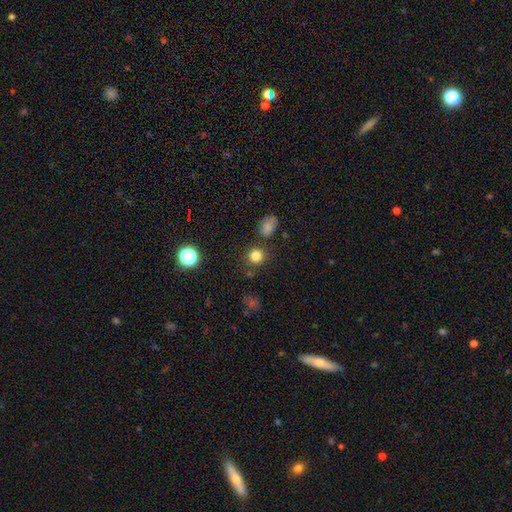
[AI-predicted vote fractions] smooth-or-featured: smooth: 80% | star or artifact: 15% | featured or disk: 5%
  how-rounded: round: 90% | in between: 9% | cigar-shaped: 1%
  merging: none: 84% | minor disturbance: 8% | merger: 5% | major disturbance: 3%